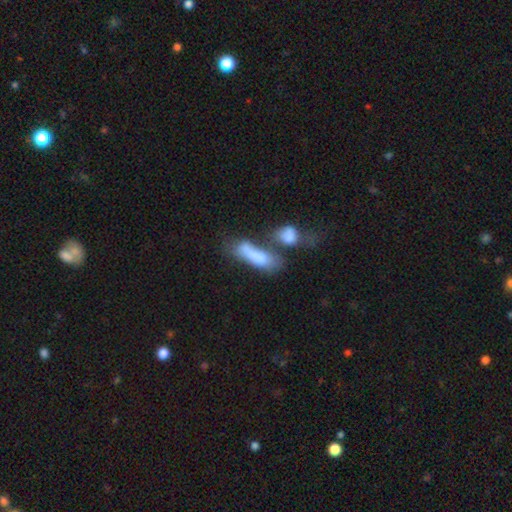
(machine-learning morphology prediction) Overall: smooth (71%). How rounded: in between (56%; cigar-shaped 40%). Merging: merger (53%; none 19%).